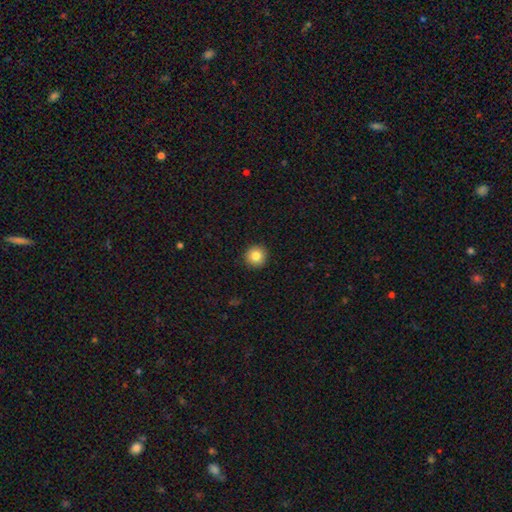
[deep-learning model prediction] This is clearly a smooth galaxy (83%). How rounded: clearly round (95%). Merging: clearly none (93%).